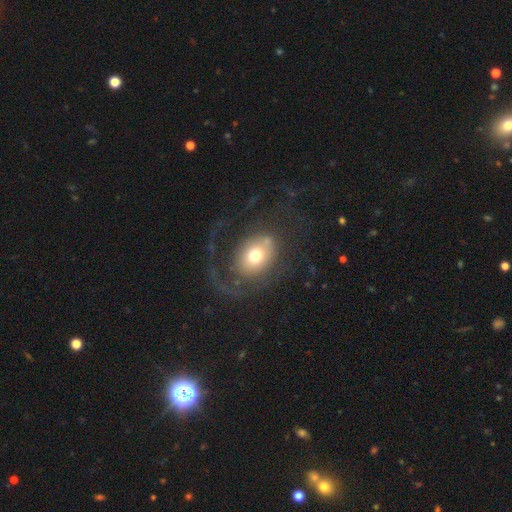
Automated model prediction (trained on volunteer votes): A smooth galaxy with no disk features (50%). Merging: none (44%).